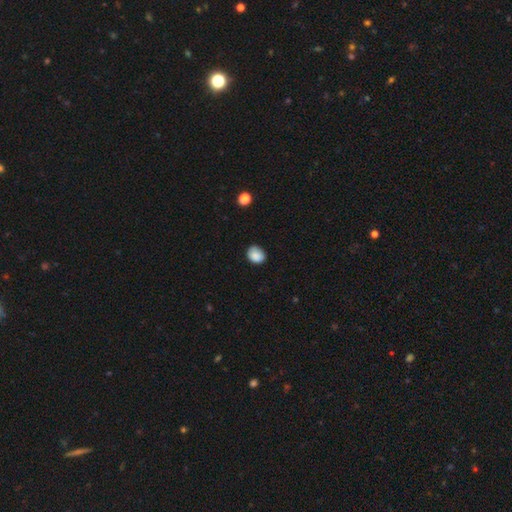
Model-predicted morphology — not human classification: Q: Smooth or featured?
A: smooth (87%); runner-up: star or artifact (9%)
Q: How rounded?
A: in between (52%); runner-up: round (47%)
Q: Merging?
A: none (72%); runner-up: minor disturbance (23%)